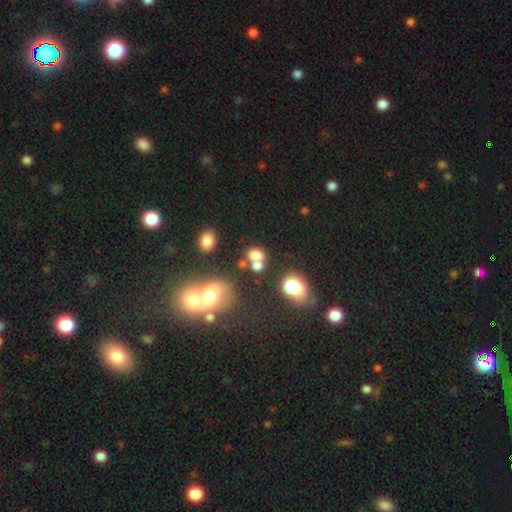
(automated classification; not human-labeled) A smooth galaxy with no disk features (70%) that is in between round and cigar-shaped (52%). Merging: merger (44%).